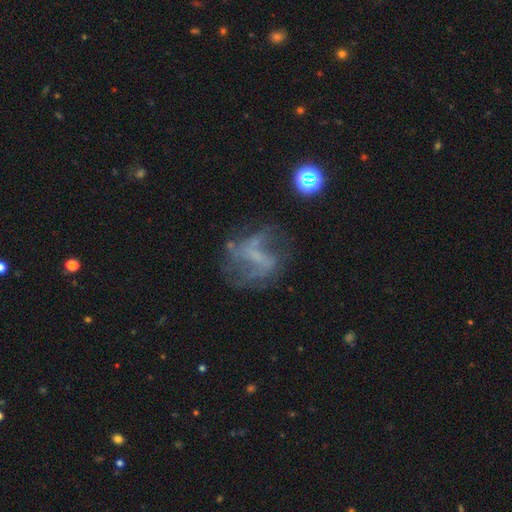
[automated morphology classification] A featured or disk galaxy (68%) with no bar (39%), spiral arms (67%) and no central bulge (60%). Merging: none (52%).